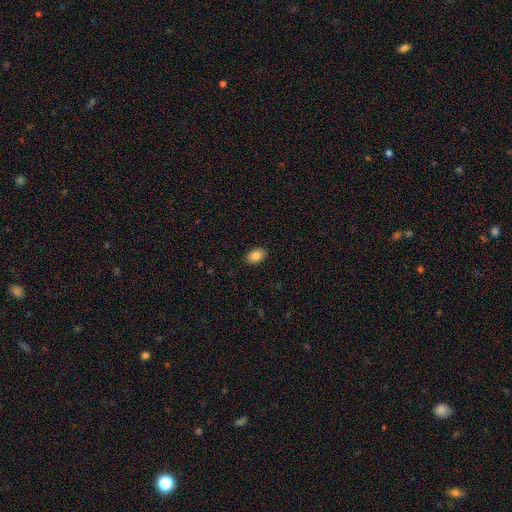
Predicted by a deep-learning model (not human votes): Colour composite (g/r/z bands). It shows a smooth galaxy with no disk features (86%) that is in between round and cigar-shaped (87%). Merging: none (89%).